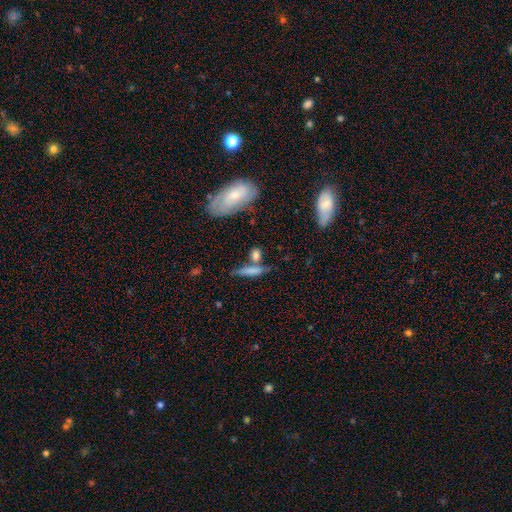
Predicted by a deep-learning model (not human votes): Smooth or featured?
  - smooth: 74% *
  - featured or disk: 17%
  - star or artifact: 9%
How rounded?
  - cigar-shaped: 45% *
  - in between: 39%
  - round: 16%
Merging?
  - none: 58% *
  - merger: 23%
  - minor disturbance: 14%
  - major disturbance: 6%